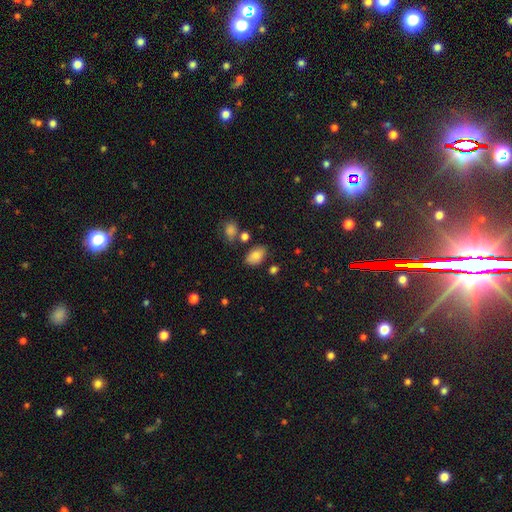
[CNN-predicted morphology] smooth_or_featured: smooth (p=0.80) [alt: featured or disk p=0.11]
how_rounded: in between (p=0.89) [alt: round p=0.10]
merging: none (p=0.72) [alt: minor disturbance p=0.17]